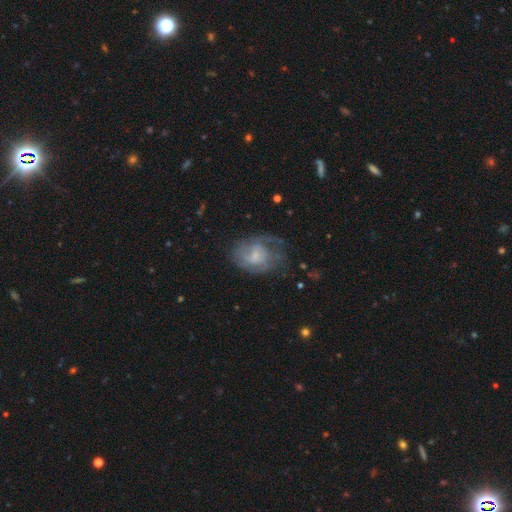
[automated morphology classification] smooth-or-featured: featured or disk: 65% | smooth: 27% | star or artifact: 8%
  disk-edge-on: no: 97% | yes: 3%
    bar: no: 55% | weak: 39% | strong: 5%
    has-spiral-arms: yes: 78% | no: 22%
    bulge-size: small: 49% | moderate: 31% | none: 15% | large: 4% | dominant: 1%
  merging: none: 49% | minor disturbance: 26% | major disturbance: 24% | merger: 2%